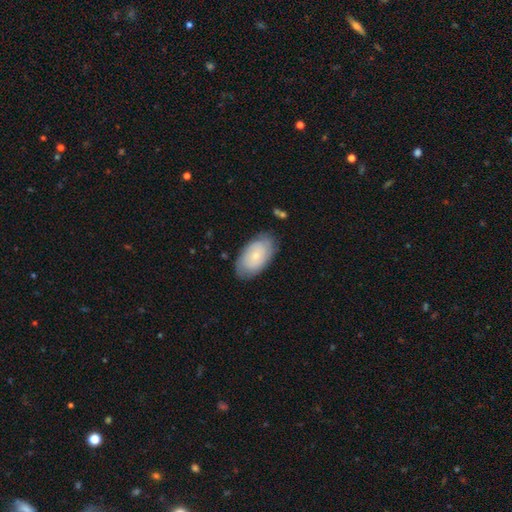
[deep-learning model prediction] A smooth galaxy with no disk features (55%) that is in between round and cigar-shaped (94%). Merging: none (78%).